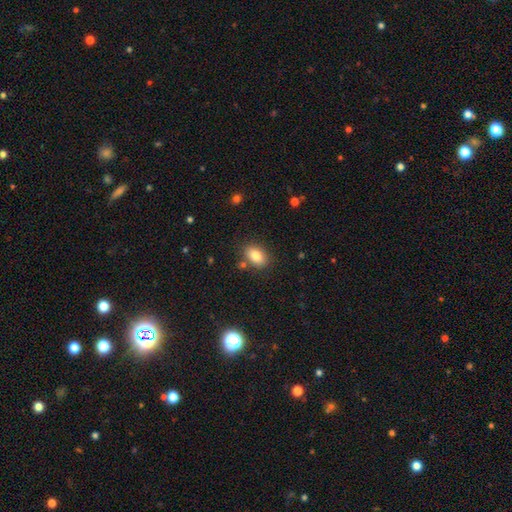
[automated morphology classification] A smooth galaxy with no disk features (83%) that is in between round and cigar-shaped (87%).

Vote fractions:
- Smooth or featured? smooth: 83% / featured or disk: 9% / star or artifact: 9%
- How rounded? in between: 87% / round: 12% / cigar-shaped: 2%
- Merging? none: 80% / minor disturbance: 11% / merger: 6% / major disturbance: 3%